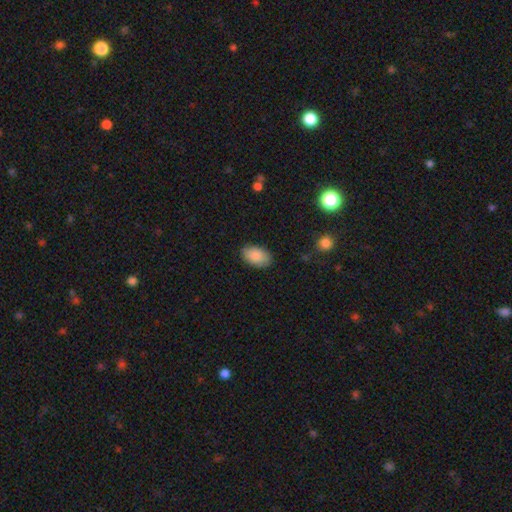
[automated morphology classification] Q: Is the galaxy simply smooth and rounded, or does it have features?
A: smooth — 89%.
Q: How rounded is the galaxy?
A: in between — 93%.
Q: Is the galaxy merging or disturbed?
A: none — 86%.